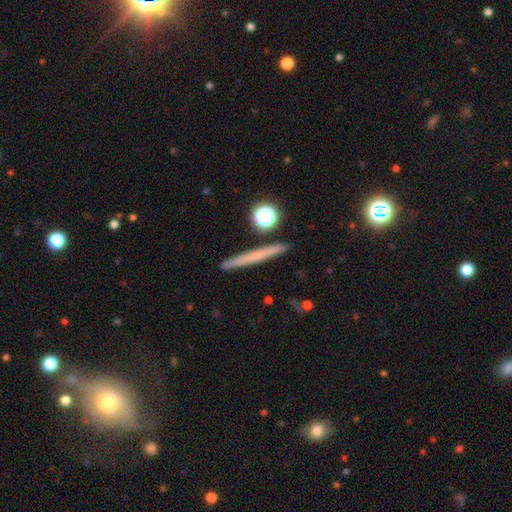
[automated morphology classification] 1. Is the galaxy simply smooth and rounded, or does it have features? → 48% smooth, 42% featured or disk, 10% star or artifact.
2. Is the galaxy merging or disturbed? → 89% none, 7% minor disturbance, 2% merger, 2% major disturbance.